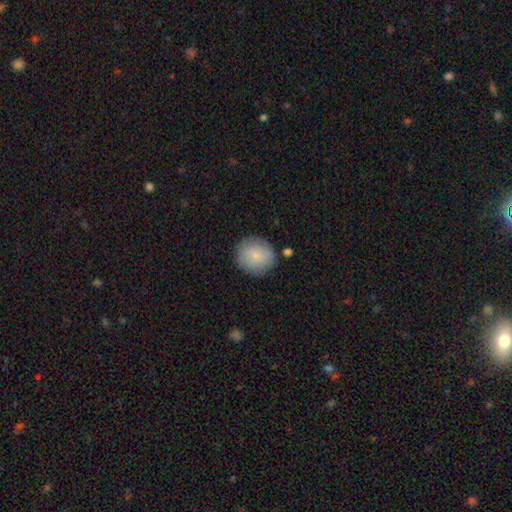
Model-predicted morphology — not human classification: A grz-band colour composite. It shows a smooth galaxy with no disk features (84%) that is round (87%). Merging: none (84%).